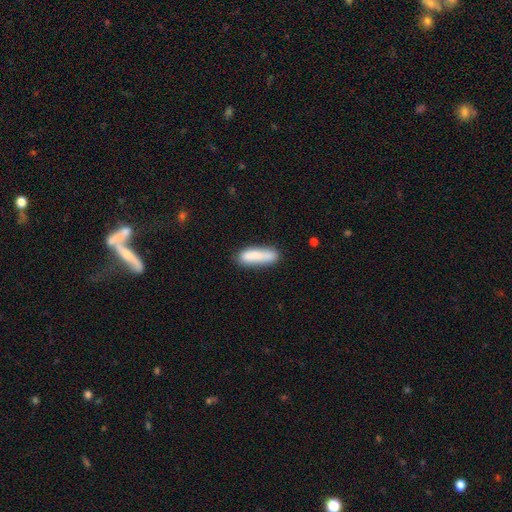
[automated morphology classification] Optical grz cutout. It shows a smooth galaxy with no disk features (83%) that is cigar-shaped (62%). Merging: none (72%).